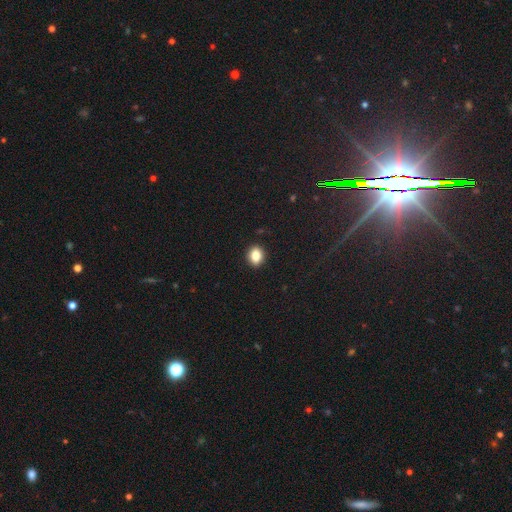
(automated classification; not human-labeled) Morphology: type=smooth (84%); roundness=in between (52%); merging=none (91%).